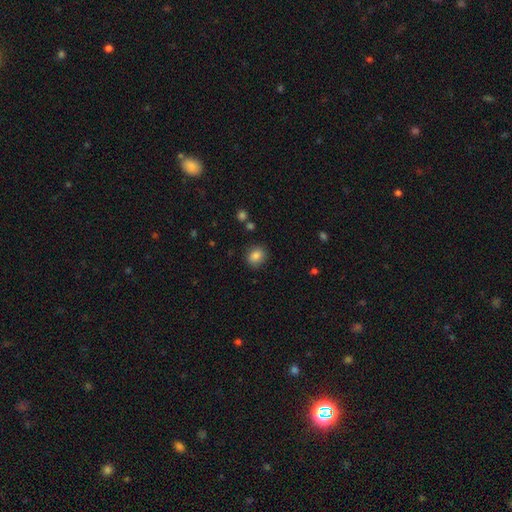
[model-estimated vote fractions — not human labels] Morphology: type=smooth (85%); roundness=round (63%); merging=none (85%).